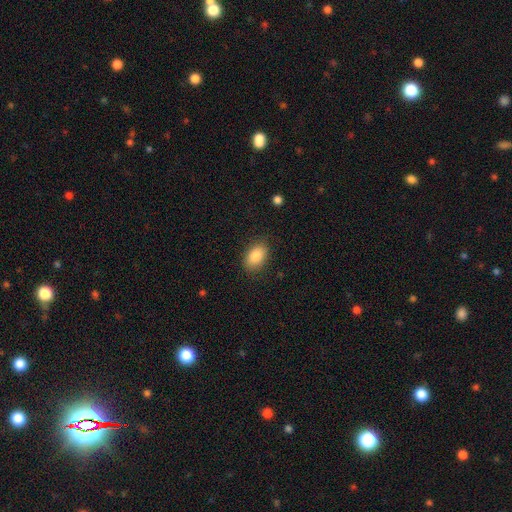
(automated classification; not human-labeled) This appears to be a smooth galaxy with no disk features (87%) that is in between round and cigar-shaped (89%). Merging: none (84%).